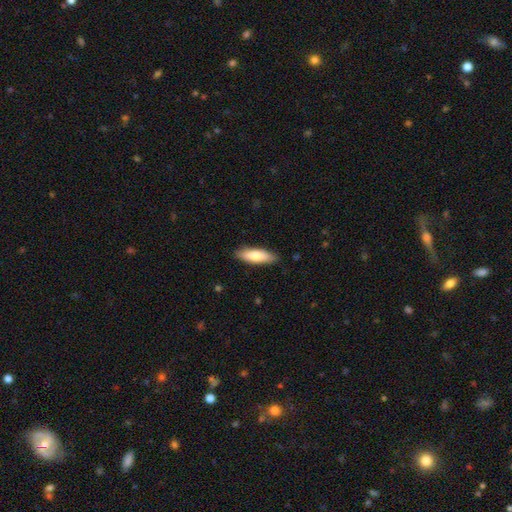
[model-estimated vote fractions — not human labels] Smooth or featured?
  - smooth: 77% *
  - featured or disk: 17%
  - star or artifact: 5%
How rounded?
  - cigar-shaped: 50% *
  - in between: 49%
  - round: 2%
Merging?
  - none: 87% *
  - minor disturbance: 10%
  - major disturbance: 2%
  - merger: 1%